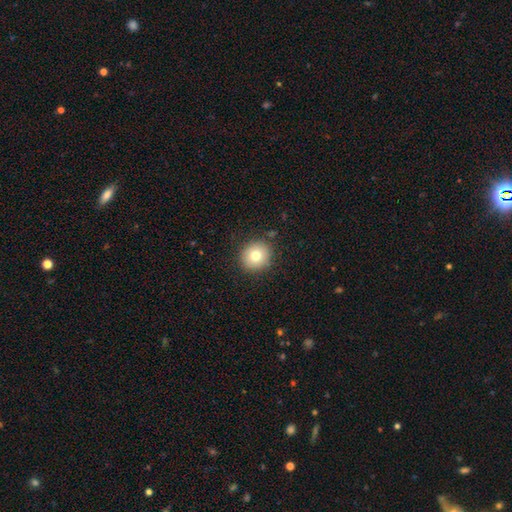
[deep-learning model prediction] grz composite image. It shows a smooth galaxy with no disk features (76%) that is round (89%). Merging: none (88%).